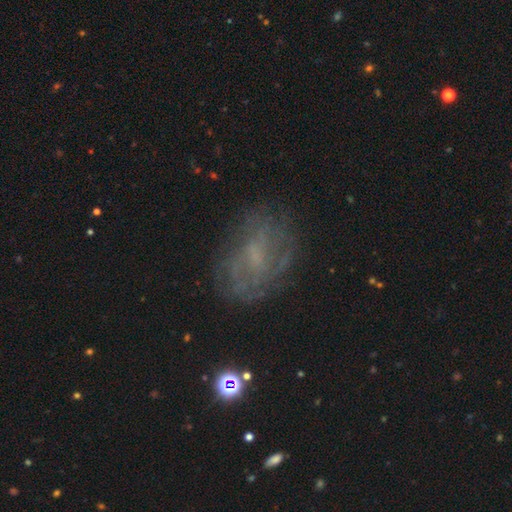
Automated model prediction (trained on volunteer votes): smooth-or-featured: featured or disk: 54% | smooth: 29% | star or artifact: 17%
  disk-edge-on: no: 96% | yes: 4%
    bar: no: 56% | weak: 36% | strong: 8%
    has-spiral-arms: yes: 55% | no: 45%
    bulge-size: small: 39% | none: 37% | moderate: 20% | large: 2% | dominant: 1%
  merging: none: 69% | minor disturbance: 17% | major disturbance: 12% | merger: 2%